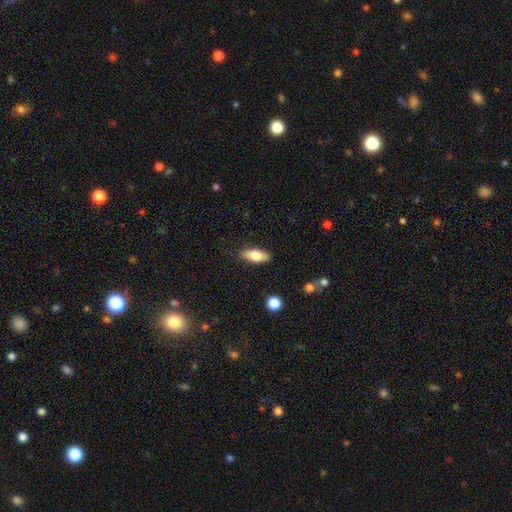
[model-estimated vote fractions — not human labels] Smooth or featured? Predicted: smooth (p=0.68). How rounded? Predicted: in between (p=0.67). Merging? Predicted: none (p=0.86).